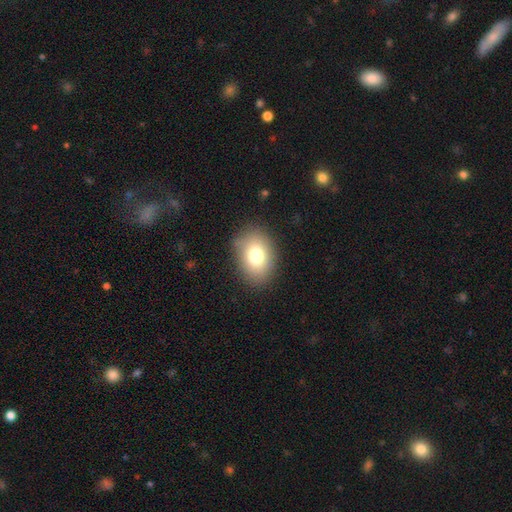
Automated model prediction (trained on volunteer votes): A smooth galaxy with no disk features (76%) that is in between round and cigar-shaped (70%). Merging: none (85%).